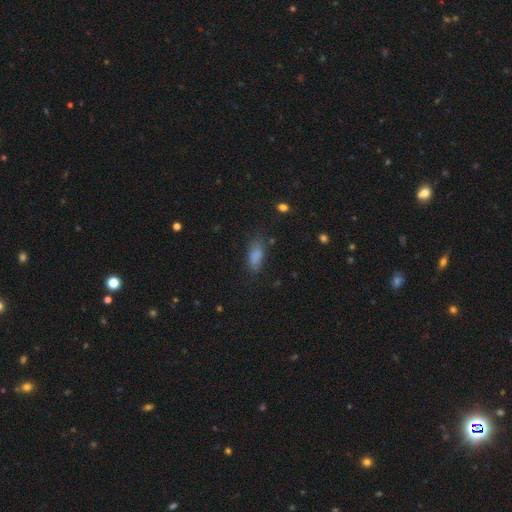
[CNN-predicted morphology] A smooth galaxy with no disk features (80%) that is in between round and cigar-shaped (80%).

Vote fractions:
- Smooth or featured? smooth: 80% / star or artifact: 11% / featured or disk: 9%
- How rounded? in between: 80% / cigar-shaped: 16% / round: 3%
- Merging? none: 64% / minor disturbance: 23% / major disturbance: 10% / merger: 3%